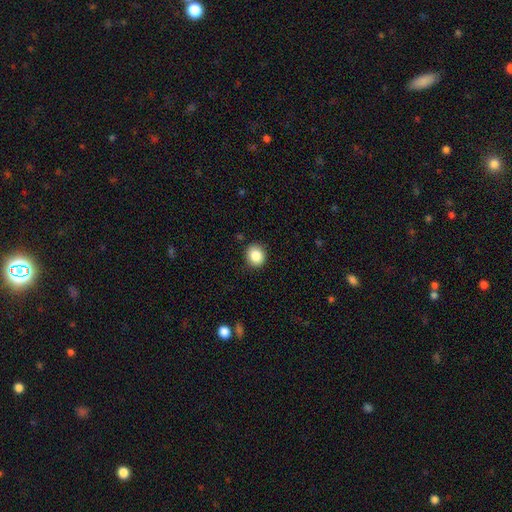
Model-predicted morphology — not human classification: A smooth galaxy with no disk features (87%) that is round (79%). Merging: none (89%).